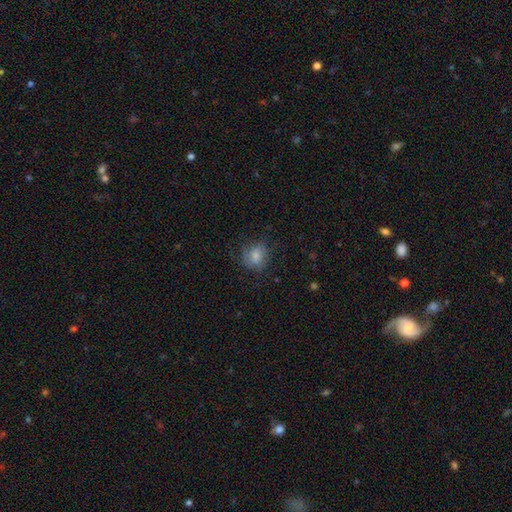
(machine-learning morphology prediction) The model was most divided on "how rounded": round: 59%, in between: 40%, cigar-shaped: 1%. More confident: smooth or featured — smooth (78%); merging — none (65%).